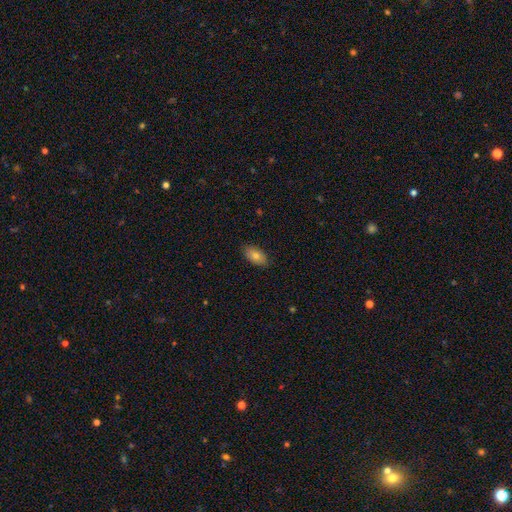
Morphology: type=smooth (73%); roundness=in between (100%); merging=none (94%).